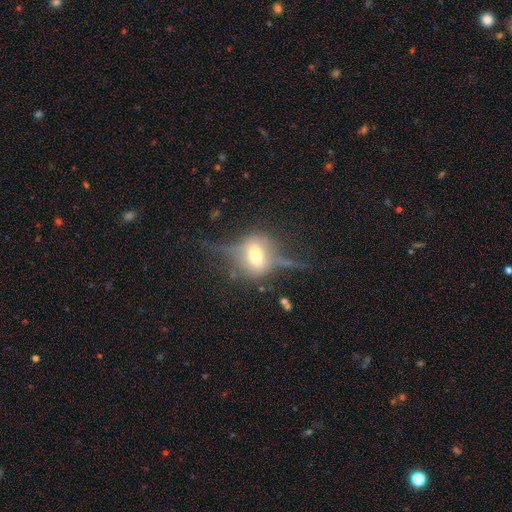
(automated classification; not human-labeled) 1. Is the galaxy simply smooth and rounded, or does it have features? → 62% featured or disk, 26% smooth, 11% star or artifact.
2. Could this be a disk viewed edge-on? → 78% yes, 22% no.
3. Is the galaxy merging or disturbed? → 59% none, 21% minor disturbance, 17% major disturbance, 3% merger.